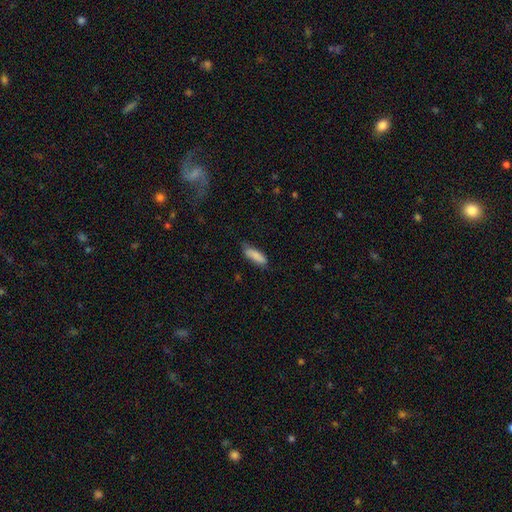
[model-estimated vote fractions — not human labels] Morphology: type=smooth (86%); roundness=in between (51%); merging=none (68%).